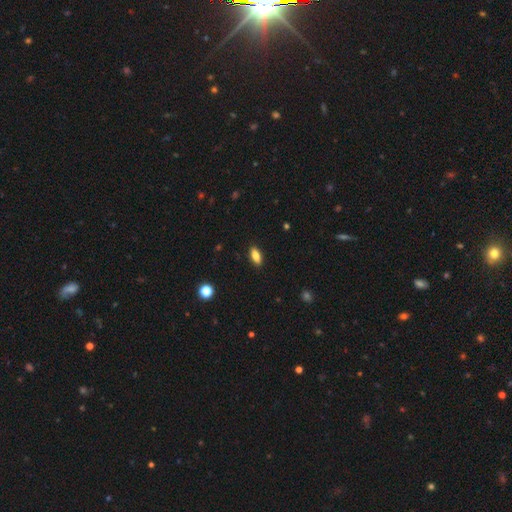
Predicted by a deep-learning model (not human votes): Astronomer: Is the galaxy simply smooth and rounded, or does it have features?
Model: smooth — 79%.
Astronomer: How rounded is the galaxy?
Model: in between — 80%.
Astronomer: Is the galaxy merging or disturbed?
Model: none — 89%.